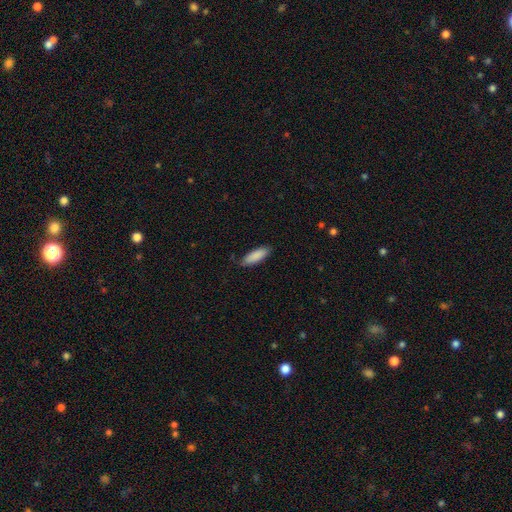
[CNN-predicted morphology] smooth 88%, featured or disk 6%, star or artifact 6%. Down the decision tree: how rounded — in between (54%); merging — none (85%).